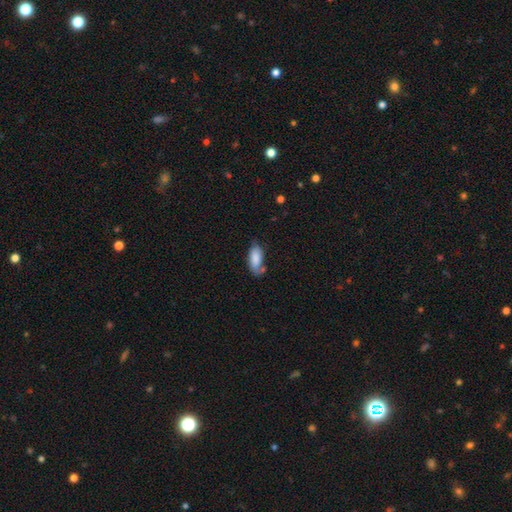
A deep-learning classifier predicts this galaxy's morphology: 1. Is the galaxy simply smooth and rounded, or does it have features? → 81% smooth, 13% featured or disk, 7% star or artifact.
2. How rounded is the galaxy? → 88% in between, 10% cigar-shaped, 2% round.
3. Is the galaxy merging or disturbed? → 52% none, 29% minor disturbance, 10% major disturbance, 9% merger.